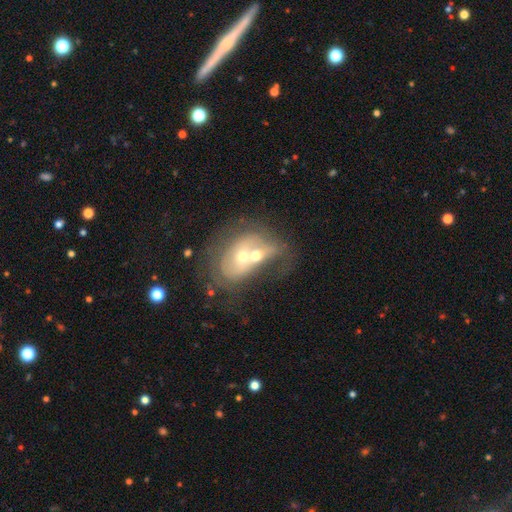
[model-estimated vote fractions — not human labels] smooth-or-featured: featured or disk: 60% | smooth: 29% | star or artifact: 11%
  disk-edge-on: no: 94% | yes: 6%
    bar: no: 77% | weak: 17% | strong: 6%
    has-spiral-arms: no: 53% | yes: 47%
    bulge-size: moderate: 56% | small: 34% | large: 5% | none: 3% | dominant: 2%
  merging: merger: 70% | none: 14% | major disturbance: 9% | minor disturbance: 7%